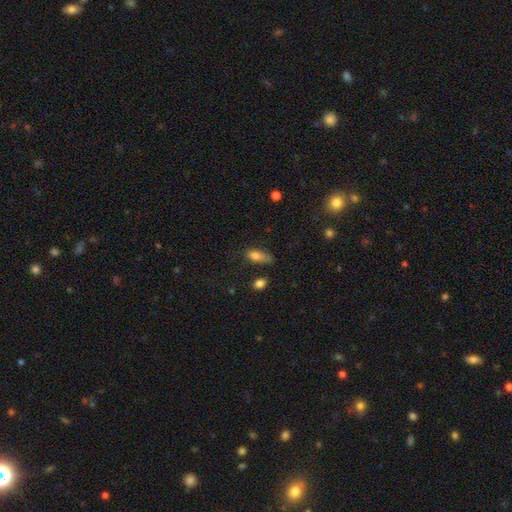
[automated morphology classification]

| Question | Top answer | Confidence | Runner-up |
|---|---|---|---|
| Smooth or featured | smooth | 79% | featured or disk (11%) |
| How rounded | in between | 80% | cigar-shaped (15%) |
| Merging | none | 43% | minor disturbance (35%) |